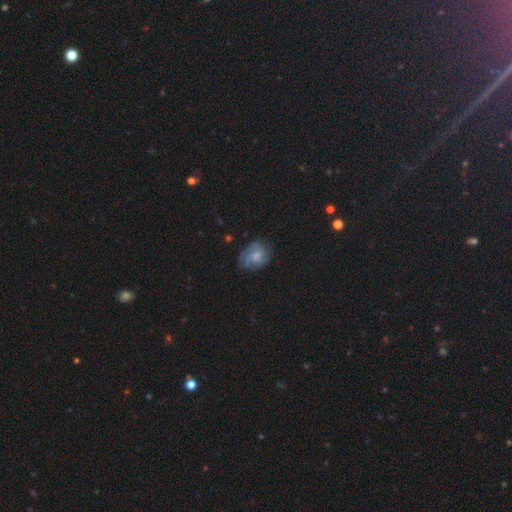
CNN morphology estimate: The model was most divided on "smooth or featured": featured or disk: 51%, smooth: 40%, star or artifact: 9%. More confident: edge-on disk — no (97%); merging — none (65%).